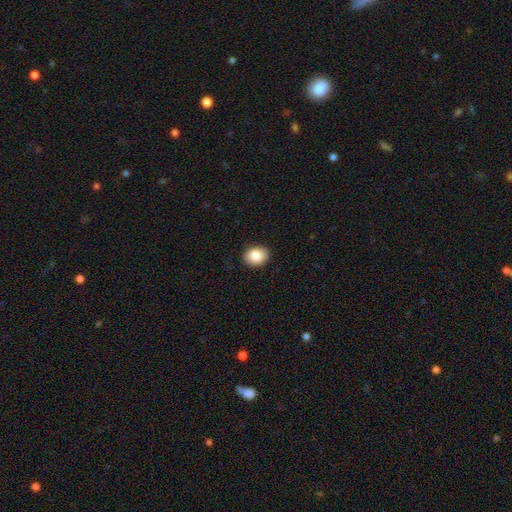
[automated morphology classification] smooth-or-featured: smooth: 86% | star or artifact: 8% | featured or disk: 6%
  how-rounded: in between: 62% | round: 37% | cigar-shaped: 1%
  merging: none: 90% | minor disturbance: 7% | major disturbance: 2% | merger: 1%